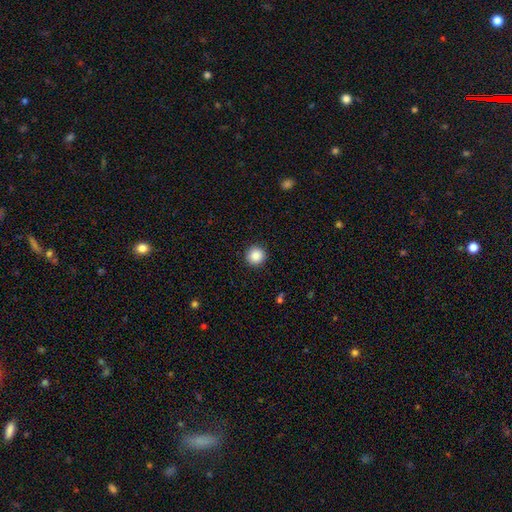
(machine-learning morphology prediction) smooth-or-featured: smooth: 88% | star or artifact: 9% | featured or disk: 3%
  how-rounded: round: 96% | in between: 3% | cigar-shaped: 1%
  merging: none: 93% | minor disturbance: 4% | major disturbance: 2% | merger: 1%